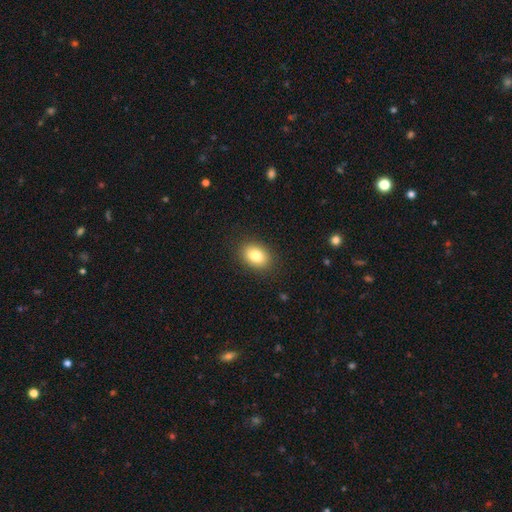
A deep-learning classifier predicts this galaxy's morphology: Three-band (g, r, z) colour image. It shows a smooth galaxy with no disk features (82%) that is in between round and cigar-shaped (73%). Merging: none (88%).